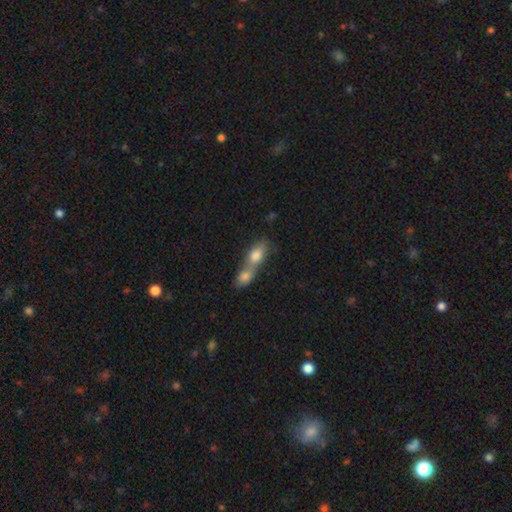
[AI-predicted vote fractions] The model was most divided on "smooth or featured": smooth: 76%, featured or disk: 16%, star or artifact: 8%. More confident: merging — merger (77%); how rounded — in between (75%).